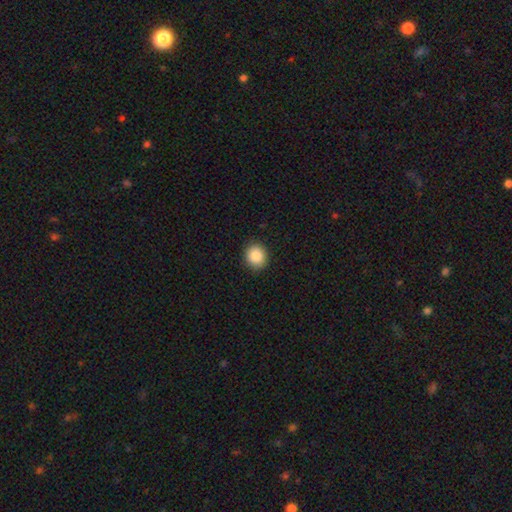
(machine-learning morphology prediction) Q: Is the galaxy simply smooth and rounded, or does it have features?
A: smooth — 87%.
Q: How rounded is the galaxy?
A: round — 79%.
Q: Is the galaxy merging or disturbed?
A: none — 90%.